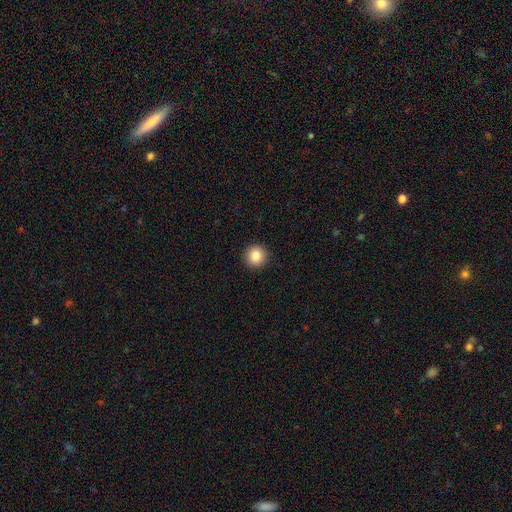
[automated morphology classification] Smooth or featured: smooth — 85% (star or artifact — 10%)
How rounded: round — 95% (in between — 4%)
Merging: none — 93% (minor disturbance — 4%)